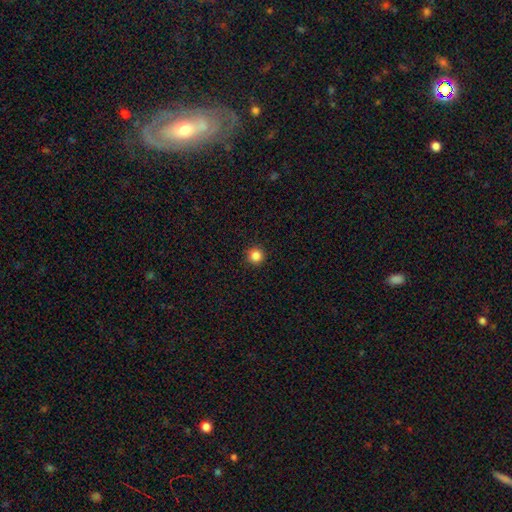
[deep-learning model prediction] This appears to be a smooth galaxy with no disk features (86%) that is round (96%). Merging: none (93%).